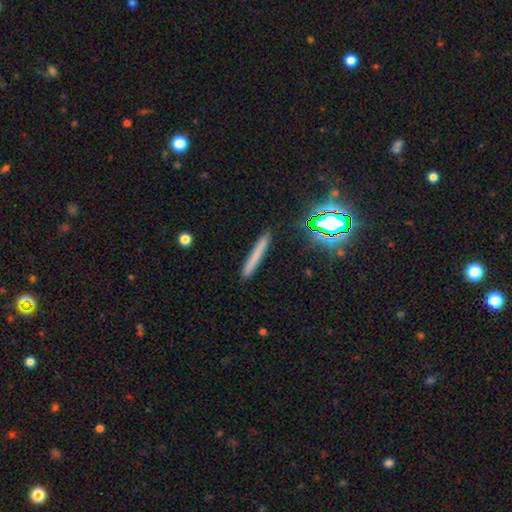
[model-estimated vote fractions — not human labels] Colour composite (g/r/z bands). It shows a smooth galaxy with no disk features (67%) that is cigar-shaped (95%). Merging: none (89%).